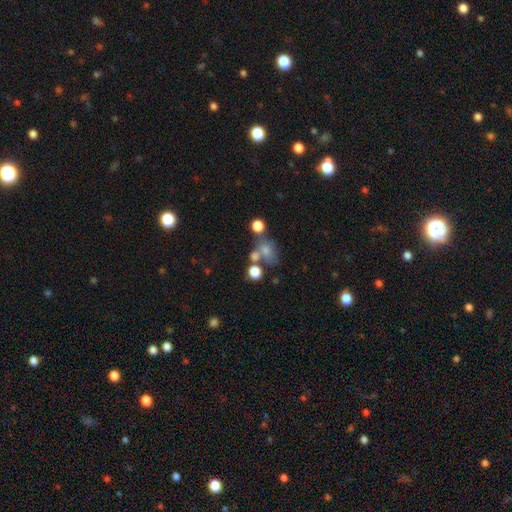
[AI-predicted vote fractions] This appears to be a smooth galaxy with no disk features (64%) that is in between round and cigar-shaped (53%). Merging: none (40%).